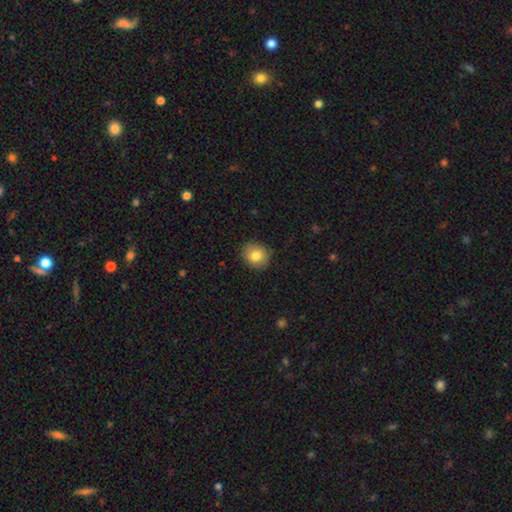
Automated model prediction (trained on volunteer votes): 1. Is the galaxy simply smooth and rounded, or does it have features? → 82% smooth, 10% featured or disk, 9% star or artifact.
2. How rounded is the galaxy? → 72% round, 27% in between, 1% cigar-shaped.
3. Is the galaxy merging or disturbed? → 87% none, 10% minor disturbance, 2% major disturbance, 1% merger.